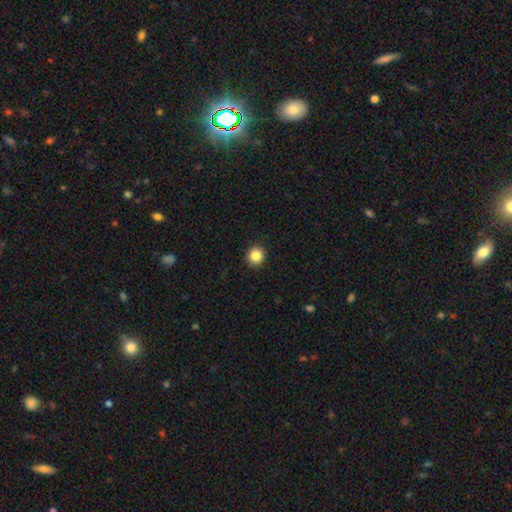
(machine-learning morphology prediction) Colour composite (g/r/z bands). It shows a smooth galaxy with no disk features (86%) that is round (93%). Merging: none (93%).